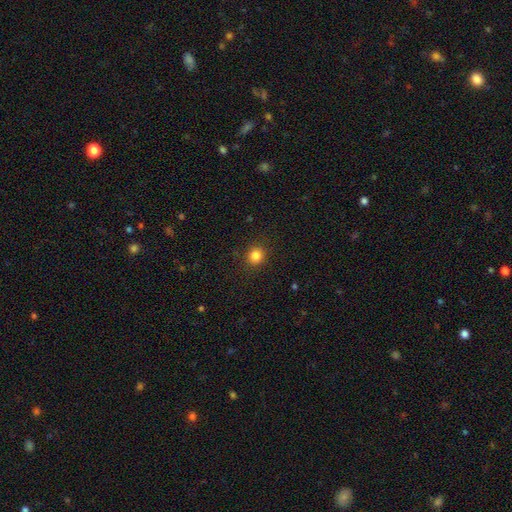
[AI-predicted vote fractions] Smooth or featured? smooth (84%)
How rounded? round (88%)
Merging? none (90%)